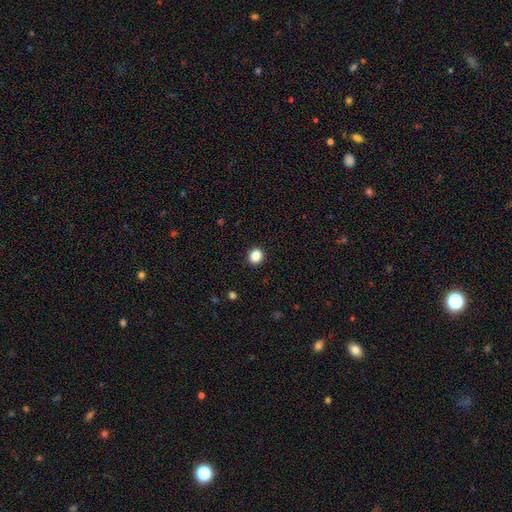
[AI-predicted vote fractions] The model was most divided on "how rounded": round: 79%, in between: 20%, cigar-shaped: 1%. More confident: merging — none (92%); smooth or featured — smooth (86%).